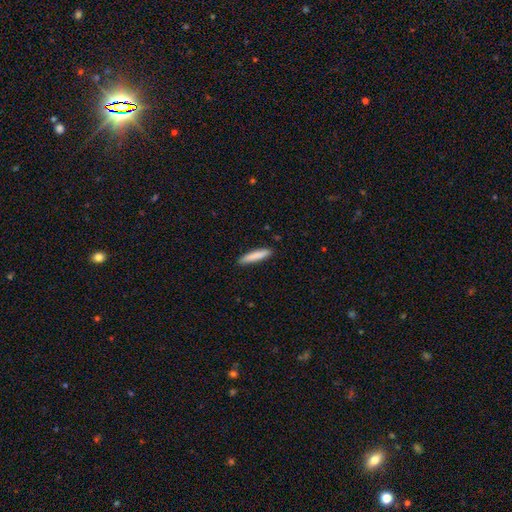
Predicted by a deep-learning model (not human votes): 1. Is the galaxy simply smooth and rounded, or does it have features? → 85% smooth, 10% featured or disk, 6% star or artifact.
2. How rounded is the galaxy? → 89% cigar-shaped, 10% in between, 1% round.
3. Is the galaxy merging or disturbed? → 89% none, 8% minor disturbance, 2% major disturbance, 1% merger.